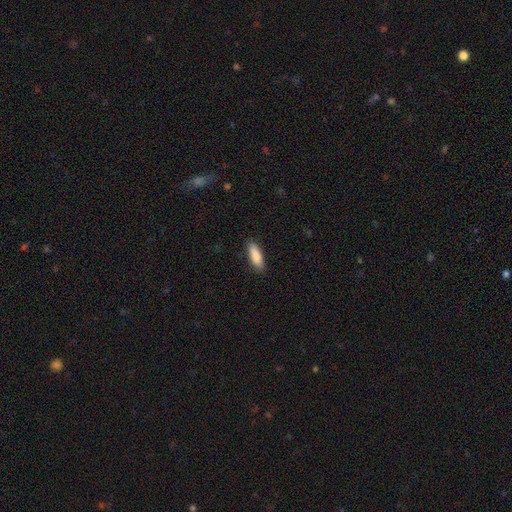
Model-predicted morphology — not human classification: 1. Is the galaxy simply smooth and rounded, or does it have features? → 88% smooth, 6% featured or disk, 6% star or artifact.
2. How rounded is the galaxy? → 56% in between, 42% cigar-shaped, 2% round.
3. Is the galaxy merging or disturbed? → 87% none, 10% minor disturbance, 2% major disturbance, 1% merger.